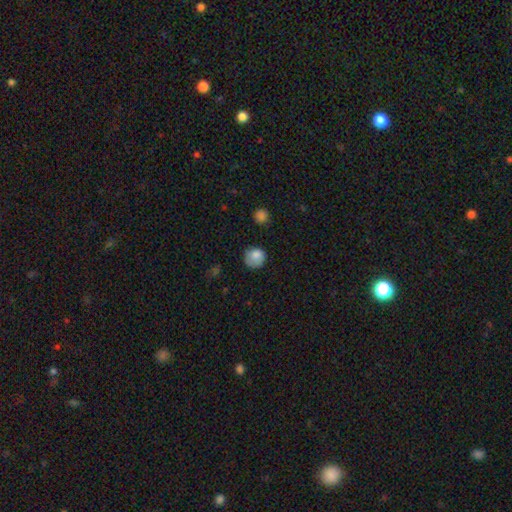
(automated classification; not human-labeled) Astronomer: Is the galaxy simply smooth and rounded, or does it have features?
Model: smooth — 83%.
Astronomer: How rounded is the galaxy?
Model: round — 83%.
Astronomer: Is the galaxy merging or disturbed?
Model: none — 61%.